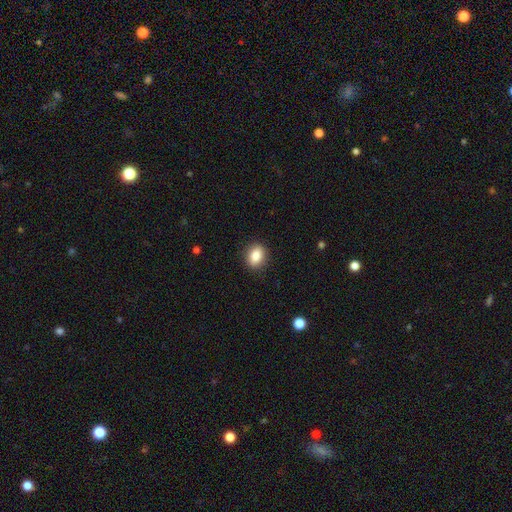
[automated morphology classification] Smooth or featured: smooth — 85% (star or artifact — 8%)
How rounded: in between — 63% (round — 35%)
Merging: none — 89% (minor disturbance — 8%)